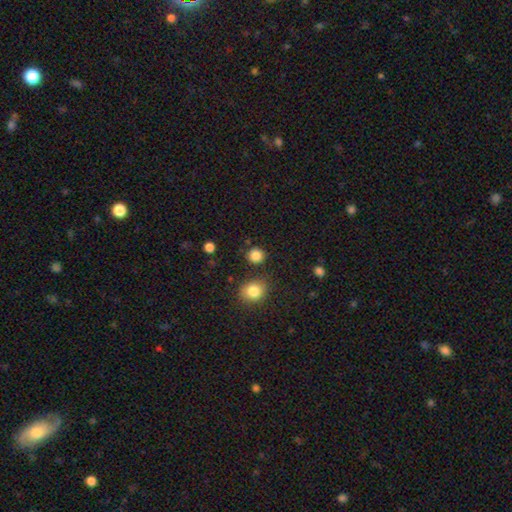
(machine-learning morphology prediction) A smooth galaxy with no disk features (85%) that is round (88%). Merging: none (85%).